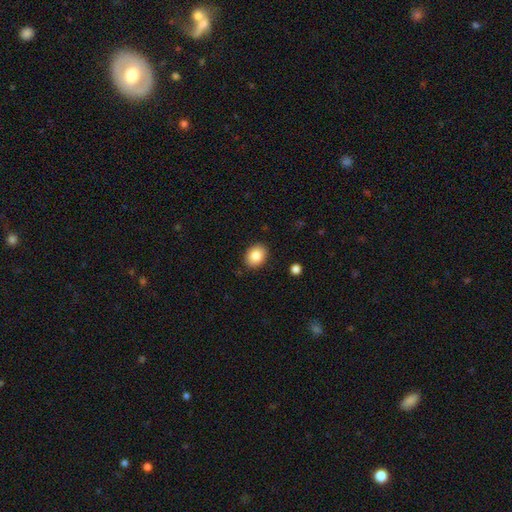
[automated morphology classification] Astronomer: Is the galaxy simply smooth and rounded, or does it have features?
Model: smooth — 86%.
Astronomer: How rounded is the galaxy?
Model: in between — 58% (runner-up: round, 42%).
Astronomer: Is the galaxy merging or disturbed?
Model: none — 89%.